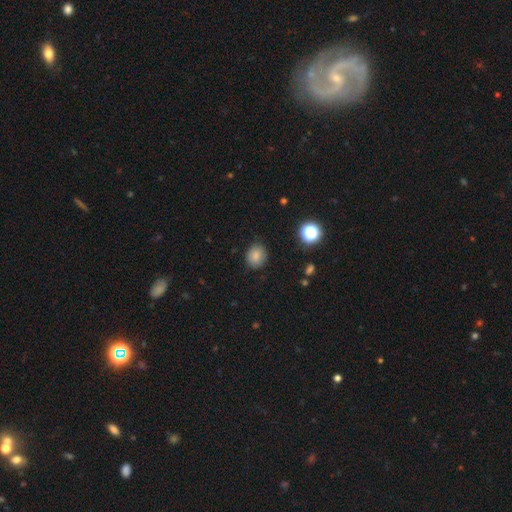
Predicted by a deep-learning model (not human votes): A smooth galaxy with no disk features (81%) that is round (68%).

Vote fractions:
- Smooth or featured? smooth: 81% / star or artifact: 12% / featured or disk: 6%
- How rounded? round: 68% / in between: 31% / cigar-shaped: 1%
- Merging? none: 82% / minor disturbance: 14% / major disturbance: 3% / merger: 1%